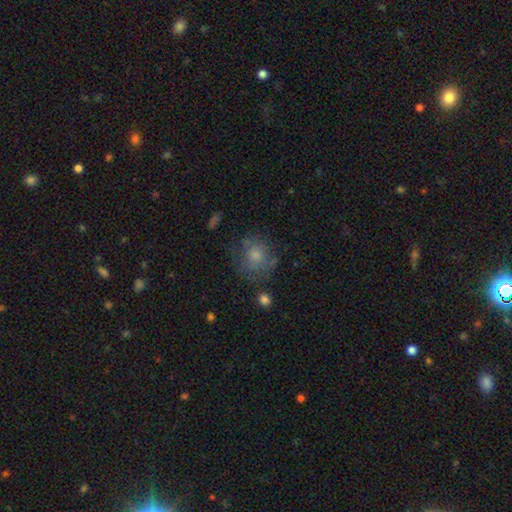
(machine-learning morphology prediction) smooth 66%, featured or disk 23%, star or artifact 11%. Down the decision tree: how rounded — round (81%); merging — none (59%).